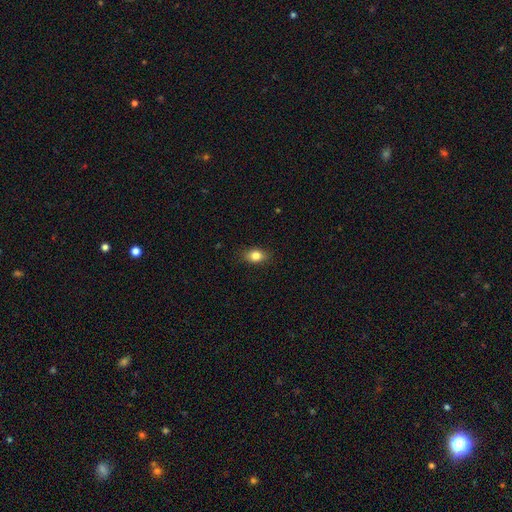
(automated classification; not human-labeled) smooth_or_featured: smooth (p=0.83) [alt: star or artifact p=0.09]
how_rounded: in between (p=0.76) [alt: round p=0.22]
merging: none (p=0.86) [alt: minor disturbance p=0.10]